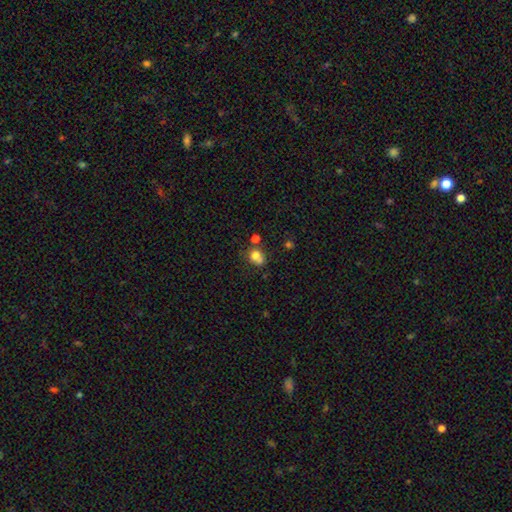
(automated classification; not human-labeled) smooth-or-featured: smooth: 75% | star or artifact: 13% | featured or disk: 12%
  how-rounded: round: 62% | in between: 37% | cigar-shaped: 1%
  merging: none: 44% | merger: 27% | minor disturbance: 20% | major disturbance: 9%